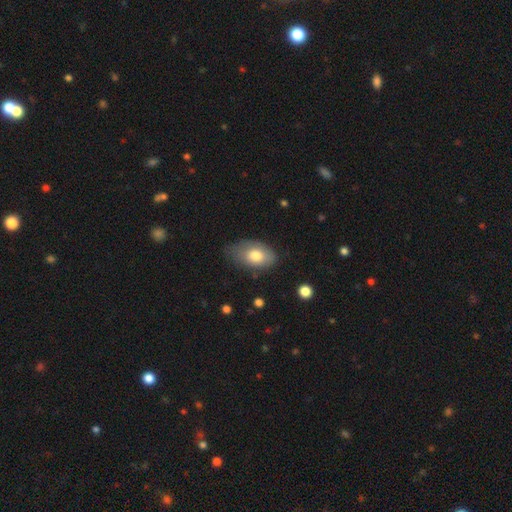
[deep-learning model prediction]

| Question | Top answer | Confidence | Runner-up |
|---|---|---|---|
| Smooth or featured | smooth | 75% | featured or disk (19%) |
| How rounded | in between | 91% | round (8%) |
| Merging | none | 59% | minor disturbance (31%) |